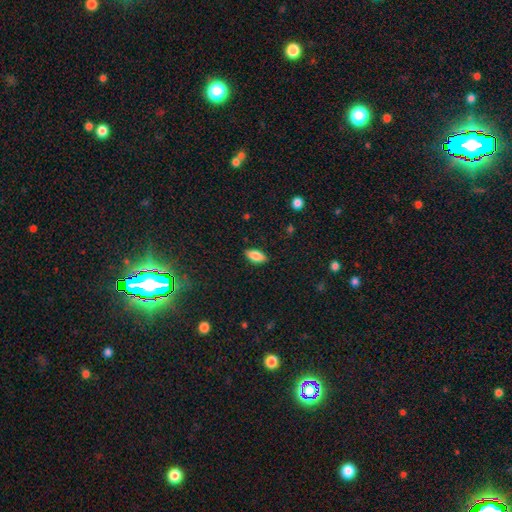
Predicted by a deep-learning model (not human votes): smooth_or_featured: smooth (p=0.83) [alt: featured or disk p=0.10]
how_rounded: in between (p=0.87) [alt: cigar-shaped p=0.10]
merging: none (p=0.88) [alt: minor disturbance p=0.09]